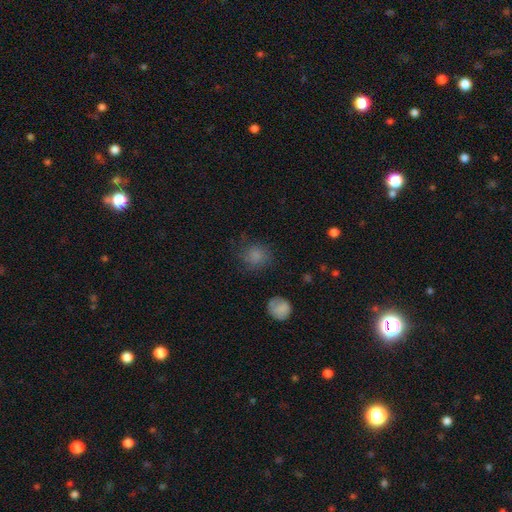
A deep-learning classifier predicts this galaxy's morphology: The model was most divided on "merging": none: 75%, minor disturbance: 16%, major disturbance: 7%, merger: 2%. More confident: how rounded — round (86%); smooth or featured — smooth (80%).